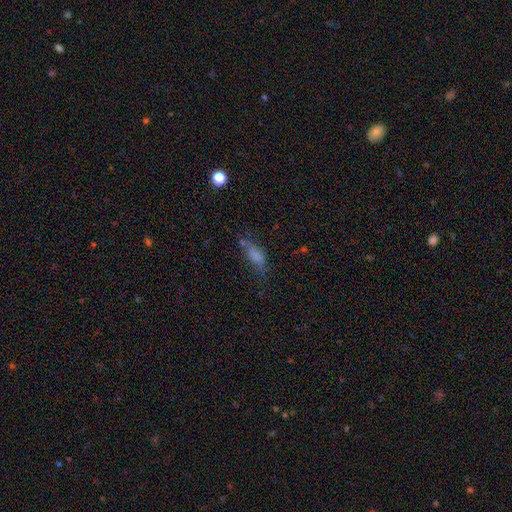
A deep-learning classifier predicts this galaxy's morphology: This is likely a smooth galaxy (70%). How rounded: likely in between (70%). Merging: marginally none (45%).